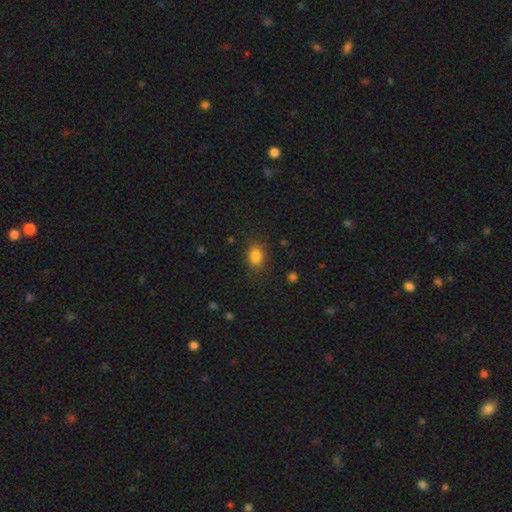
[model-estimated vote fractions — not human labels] This is clearly a smooth galaxy (84%). How rounded: likely in between (61%). Merging: likely none (78%).